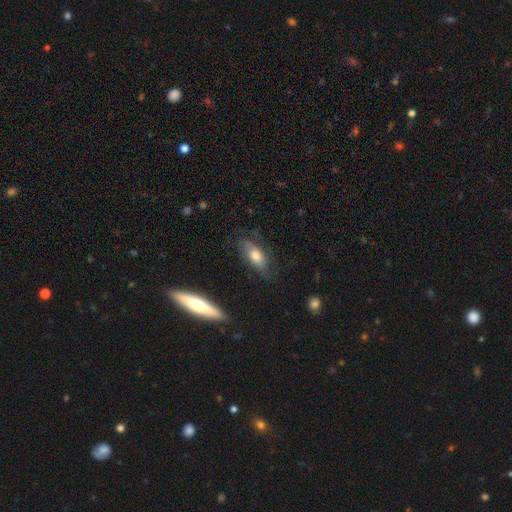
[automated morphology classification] The model was most divided on "smooth or featured": smooth: 58%, featured or disk: 34%, star or artifact: 8%. More confident: how rounded — in between (80%); merging — none (63%).